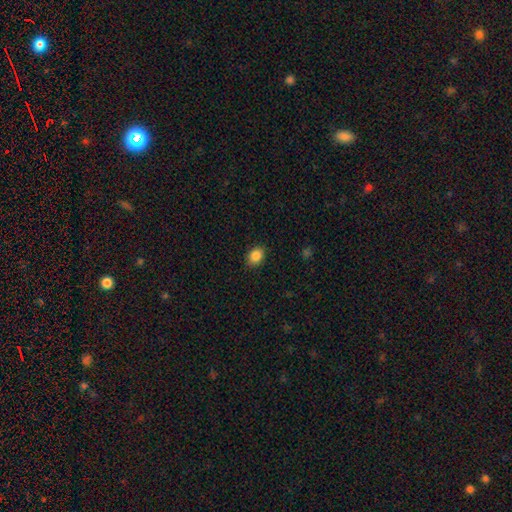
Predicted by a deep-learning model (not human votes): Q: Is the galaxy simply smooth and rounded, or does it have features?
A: smooth — 87%.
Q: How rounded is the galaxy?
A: in between — 61%.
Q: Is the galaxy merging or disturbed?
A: none — 88%.